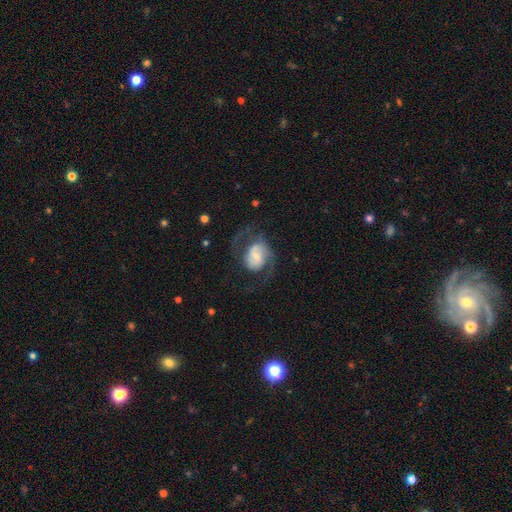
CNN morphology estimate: featured or disk 77%, smooth 17%, star or artifact 7%. Down the decision tree: edge-on disk — no (98%); bar — no (44%); spiral arms — yes (93%); spiral arm count — 2 (84%); spiral winding — medium (49%); bulge size — small (56%); merging — none (59%).